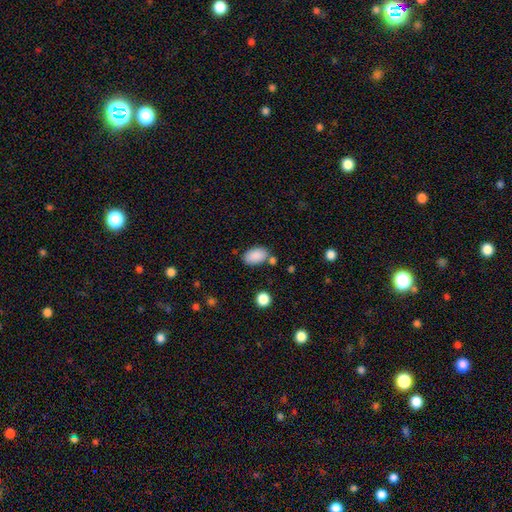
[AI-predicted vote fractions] This appears to be a smooth galaxy with no disk features (88%) that is in between round and cigar-shaped (92%). Merging: none (72%).